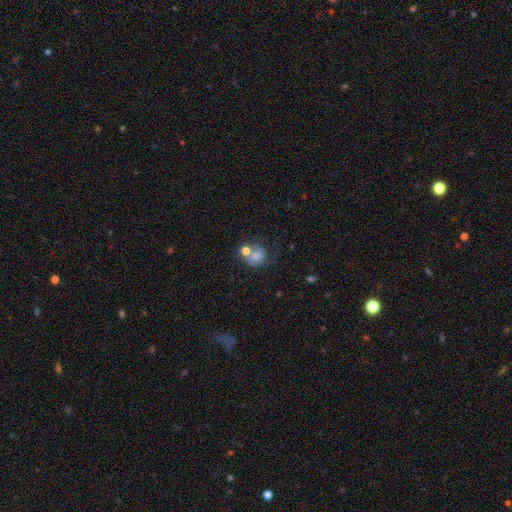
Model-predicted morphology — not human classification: smooth-or-featured: smooth: 65% | featured or disk: 23% | star or artifact: 12%
  how-rounded: round: 72% | in between: 27% | cigar-shaped: 1%
  merging: merger: 35% | none: 33% | minor disturbance: 16% | major disturbance: 16%